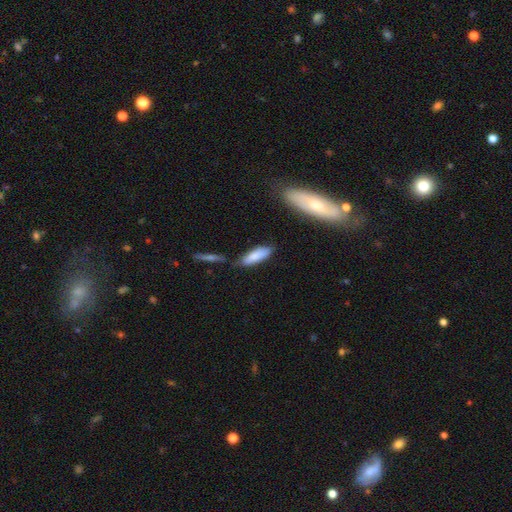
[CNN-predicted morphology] Smooth or featured: smooth — 83% (featured or disk — 11%)
How rounded: in between — 54% (cigar-shaped — 45%)
Merging: none — 66% (minor disturbance — 21%)